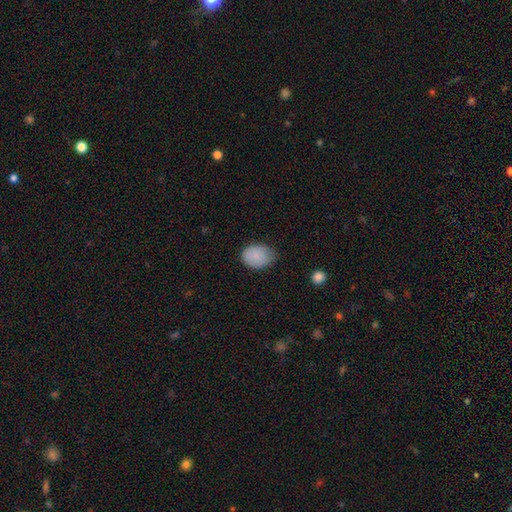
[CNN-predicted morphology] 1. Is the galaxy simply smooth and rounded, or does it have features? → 85% smooth, 8% featured or disk, 7% star or artifact.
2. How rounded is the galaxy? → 68% in between, 31% round, 1% cigar-shaped.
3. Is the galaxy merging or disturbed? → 60% none, 33% minor disturbance, 6% major disturbance, 1% merger.